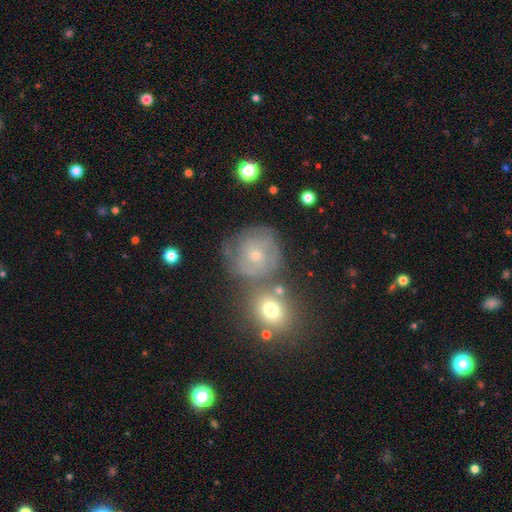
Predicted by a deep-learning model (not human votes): Smooth or featured? Predicted: featured or disk (p=0.66). Edge-on disk? Predicted: no (p=0.97). Bar? Predicted: no (p=0.74). Spiral arms? Predicted: yes (p=0.85). Spiral winding? Predicted: tight (p=0.62). Spiral arm count? Predicted: can't tell (p=0.37). Bulge size? Predicted: small (p=0.74). Merging? Predicted: none (p=0.62).